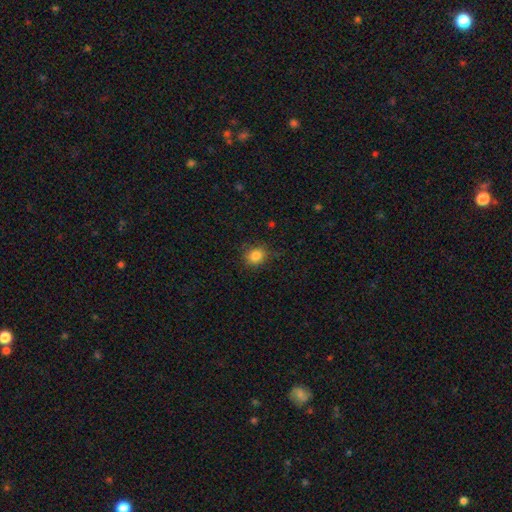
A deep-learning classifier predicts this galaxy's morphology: smooth-or-featured: smooth: 84% | star or artifact: 11% | featured or disk: 5%
  how-rounded: round: 68% | in between: 31% | cigar-shaped: 1%
  merging: none: 82% | minor disturbance: 14% | major disturbance: 4% | merger: 1%